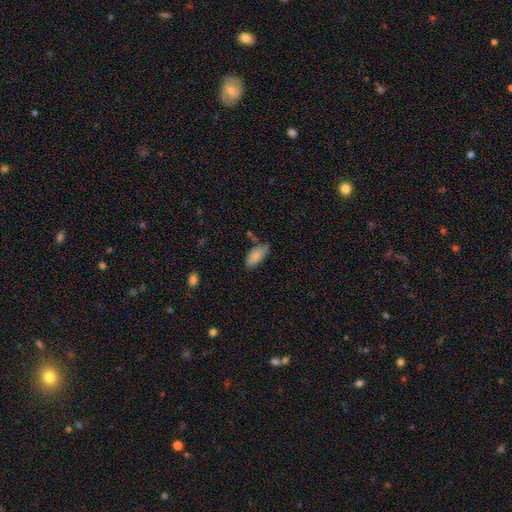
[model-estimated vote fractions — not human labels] A smooth galaxy with no disk features (84%) that is in between round and cigar-shaped (88%). Merging: none (62%).